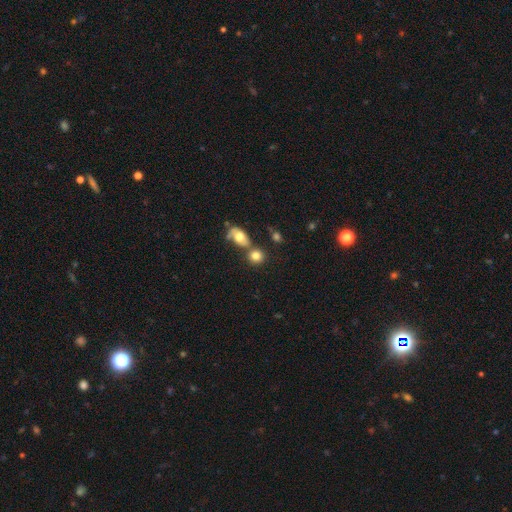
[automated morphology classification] A smooth galaxy with no disk features (78%) that is round (74%). Merging: none (49%).